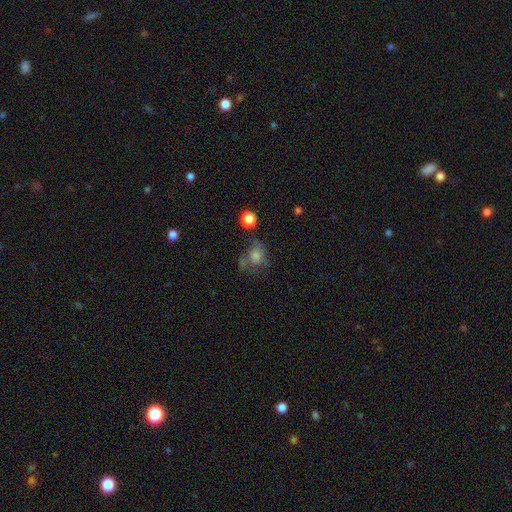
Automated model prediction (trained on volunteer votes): A smooth galaxy with no disk features (46%).

Vote fractions:
- Smooth or featured? smooth: 46% / featured or disk: 35% / star or artifact: 20%
- Merging? none: 44% / major disturbance: 25% / minor disturbance: 21% / merger: 10%